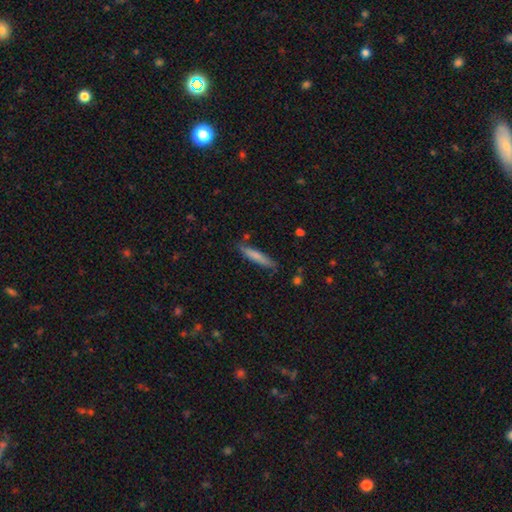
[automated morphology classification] Smooth or featured?
  - smooth: 71% *
  - featured or disk: 23%
  - star or artifact: 6%
How rounded?
  - cigar-shaped: 89% *
  - in between: 9%
  - round: 1%
Merging?
  - none: 80% *
  - minor disturbance: 14%
  - major disturbance: 3%
  - merger: 3%